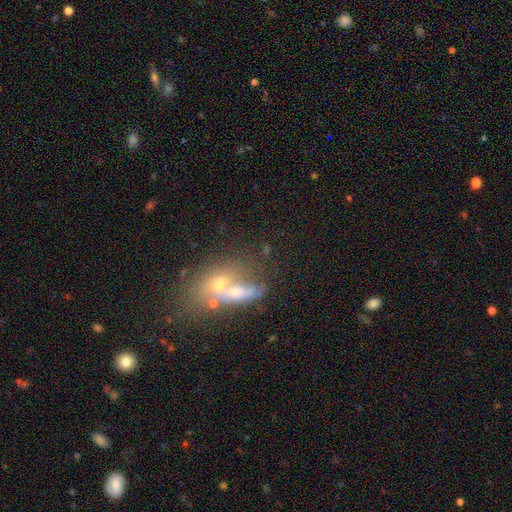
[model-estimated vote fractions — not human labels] featured or disk 41%, smooth 39%, star or artifact 20%. Down the decision tree: merging — merger (59%).